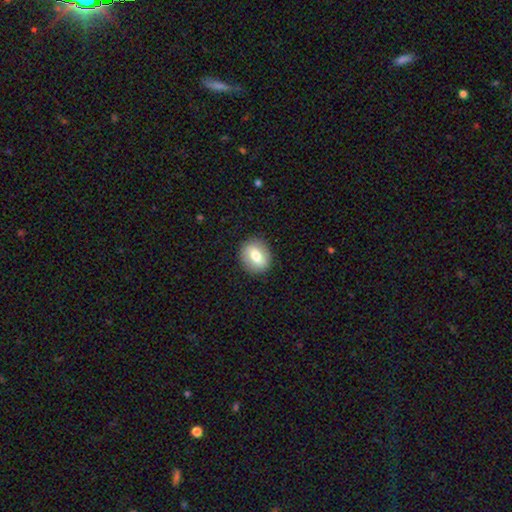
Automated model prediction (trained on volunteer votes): Overall: smooth (67%). How rounded: round (57%; in between 41%). Merging: none (88%).